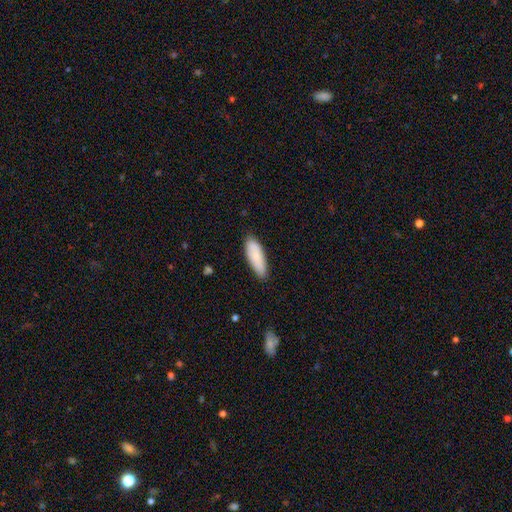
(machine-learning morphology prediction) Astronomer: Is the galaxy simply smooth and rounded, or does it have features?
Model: smooth — 83%.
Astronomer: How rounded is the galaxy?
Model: in between — 56% (runner-up: cigar-shaped, 42%).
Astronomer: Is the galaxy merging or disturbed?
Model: none — 83%.